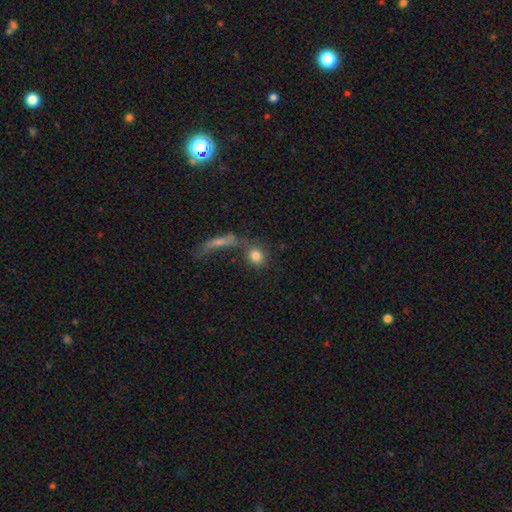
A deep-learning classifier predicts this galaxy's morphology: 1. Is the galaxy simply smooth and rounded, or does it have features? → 81% smooth, 10% star or artifact, 10% featured or disk.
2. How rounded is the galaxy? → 70% round, 25% in between, 5% cigar-shaped.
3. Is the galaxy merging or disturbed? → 56% none, 26% merger, 11% minor disturbance, 7% major disturbance.